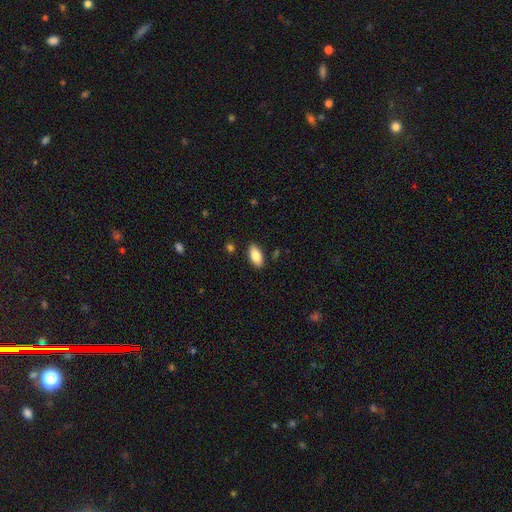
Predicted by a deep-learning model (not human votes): Overall: smooth (83%). How rounded: in between (90%). Merging: none (87%).